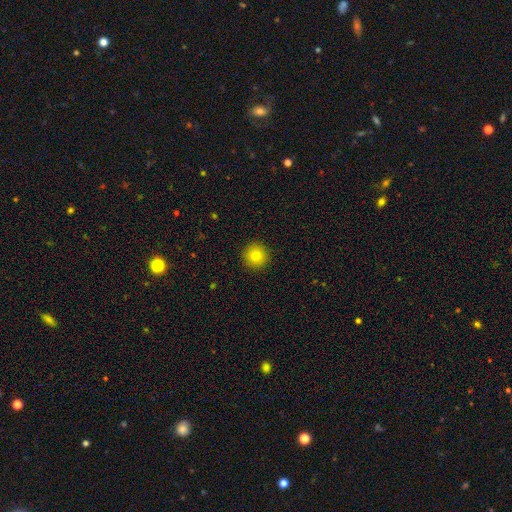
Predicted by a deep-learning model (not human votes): This is likely a smooth galaxy (79%). How rounded: clearly round (95%). Merging: clearly none (92%).